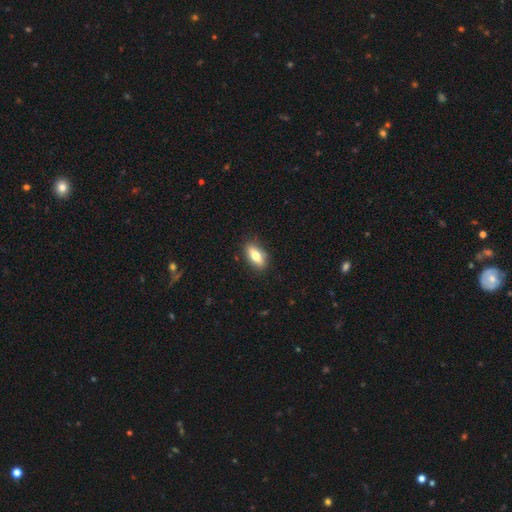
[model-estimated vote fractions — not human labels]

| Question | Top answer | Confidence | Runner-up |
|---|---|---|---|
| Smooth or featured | smooth | 69% | featured or disk (24%) |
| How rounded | in between | 78% | cigar-shaped (18%) |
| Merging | none | 85% | minor disturbance (11%) |